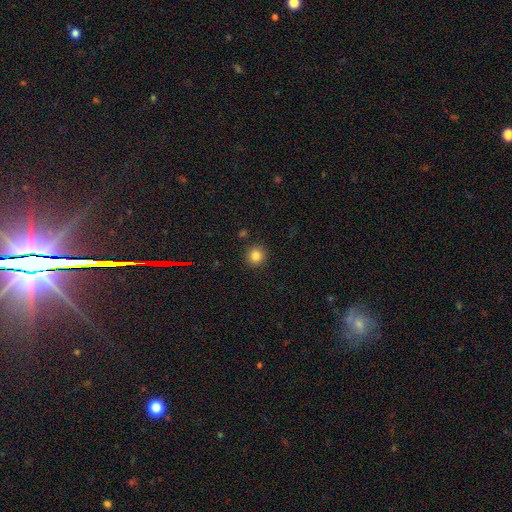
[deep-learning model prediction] Q: Smooth or featured?
A: smooth (83%); runner-up: star or artifact (12%)
Q: How rounded?
A: round (93%); runner-up: in between (6%)
Q: Merging?
A: none (90%); runner-up: minor disturbance (6%)